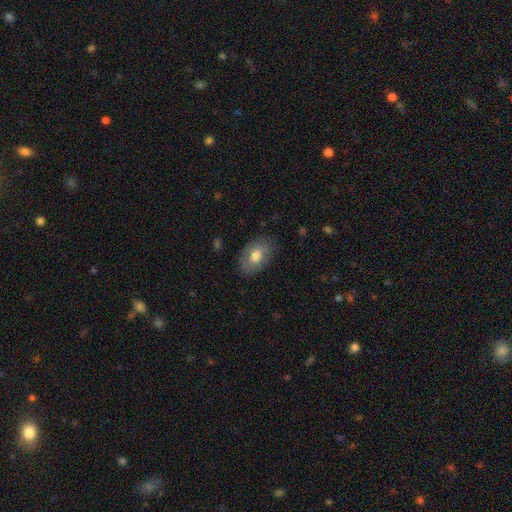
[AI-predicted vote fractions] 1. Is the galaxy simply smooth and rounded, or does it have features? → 72% smooth, 22% featured or disk, 7% star or artifact.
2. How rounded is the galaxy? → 88% in between, 11% round, 1% cigar-shaped.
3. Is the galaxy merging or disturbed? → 79% none, 16% minor disturbance, 4% major disturbance, 1% merger.